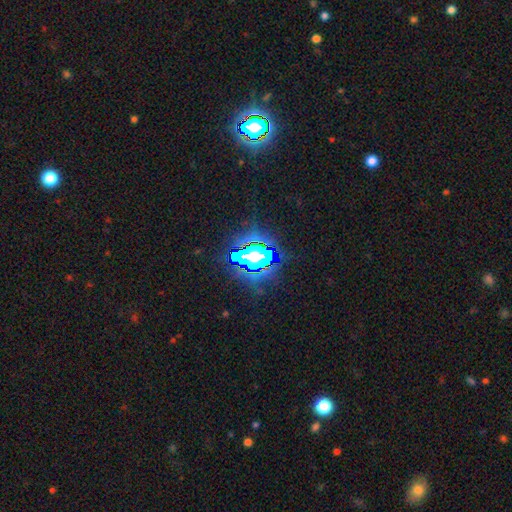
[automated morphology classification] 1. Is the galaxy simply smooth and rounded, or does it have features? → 80% star or artifact, 11% smooth, 9% featured or disk.